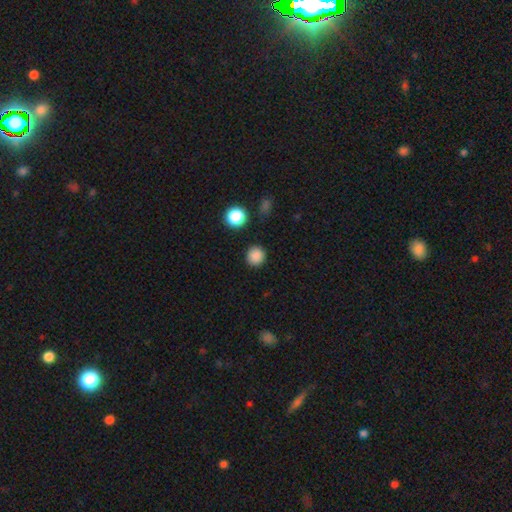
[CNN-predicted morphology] This appears to be a smooth galaxy with no disk features (86%) that is round (92%). Merging: none (90%).